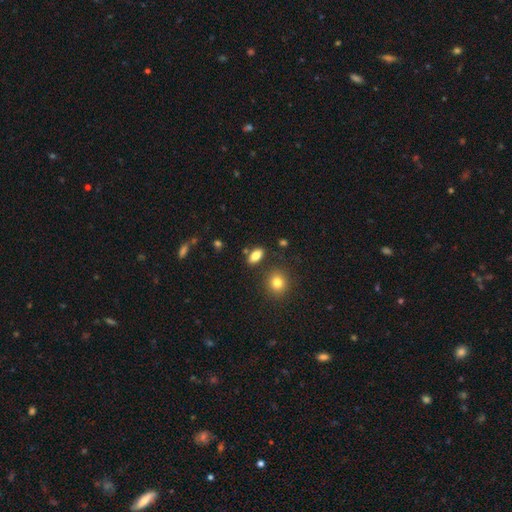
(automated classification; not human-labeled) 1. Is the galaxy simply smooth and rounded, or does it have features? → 81% smooth, 10% featured or disk, 9% star or artifact.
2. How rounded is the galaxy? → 86% in between, 8% round, 6% cigar-shaped.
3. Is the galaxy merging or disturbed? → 82% none, 10% minor disturbance, 5% merger, 3% major disturbance.